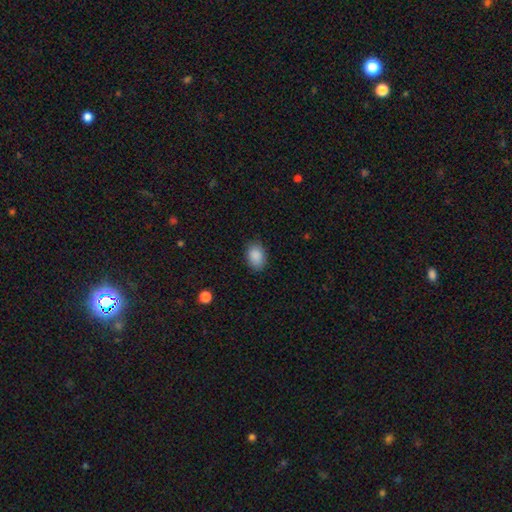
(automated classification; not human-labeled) Morphology: type=smooth (89%); roundness=in between (79%); merging=none (84%).